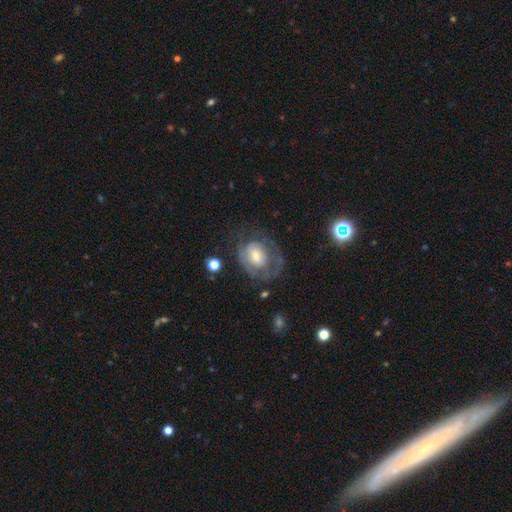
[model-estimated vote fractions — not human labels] A featured or disk galaxy (63%) with no bar (66%), spiral arms (60%) and a moderate central bulge (45%).

Vote fractions:
- Smooth or featured? featured or disk: 63% / smooth: 28% / star or artifact: 8%
- Edge-on disk? no: 96% / yes: 4%
- Bar? no: 66% / weak: 28% / strong: 7%
- Spiral arms? yes: 60% / no: 40%
- Bulge size? moderate: 45% / small: 41% / large: 10% / none: 3% / dominant: 2%
- Merging? none: 52% / major disturbance: 25% / minor disturbance: 21% / merger: 2%